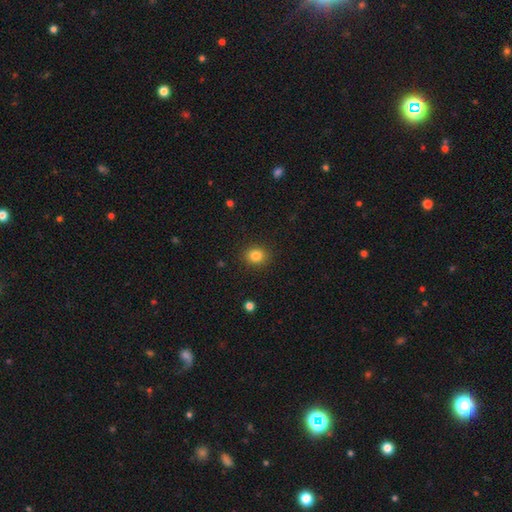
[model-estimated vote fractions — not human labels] Q: Smooth or featured?
A: smooth (84%); runner-up: star or artifact (11%)
Q: How rounded?
A: round (73%); runner-up: in between (26%)
Q: Merging?
A: none (89%); runner-up: minor disturbance (7%)